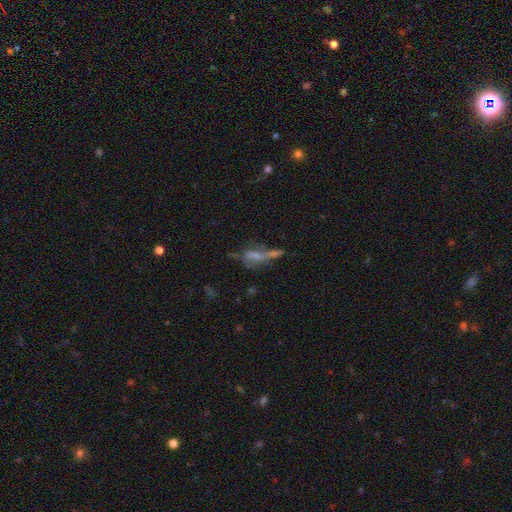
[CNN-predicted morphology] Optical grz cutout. It shows a smooth galaxy with no disk features (42%). Merging: merger (36%).